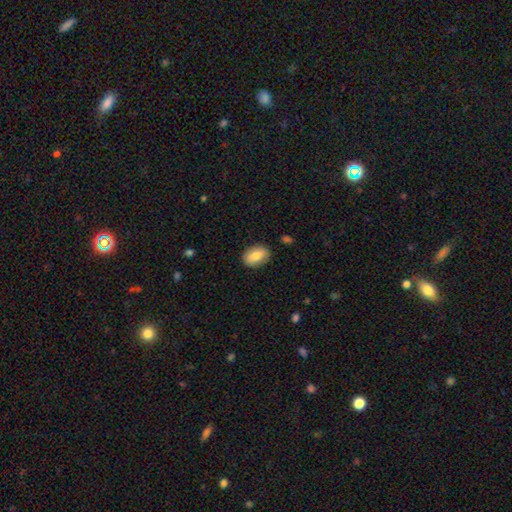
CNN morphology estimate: This is clearly a smooth galaxy (81%). How rounded: clearly in between (83%). Merging: clearly none (87%).